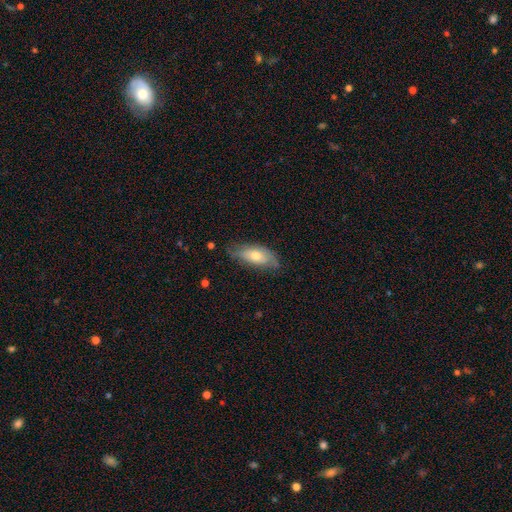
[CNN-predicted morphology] smooth-or-featured: smooth: 58% | featured or disk: 36% | star or artifact: 7%
  how-rounded: in between: 79% | cigar-shaped: 18% | round: 3%
  merging: none: 65% | minor disturbance: 27% | major disturbance: 6% | merger: 1%